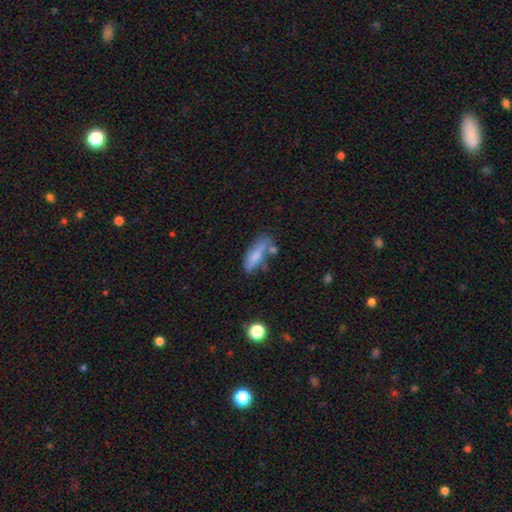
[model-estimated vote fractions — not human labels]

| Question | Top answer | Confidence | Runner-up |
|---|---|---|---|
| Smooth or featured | smooth | 70% | featured or disk (22%) |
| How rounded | cigar-shaped | 49% | in between (48%) |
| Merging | none | 50% | minor disturbance (25%) |